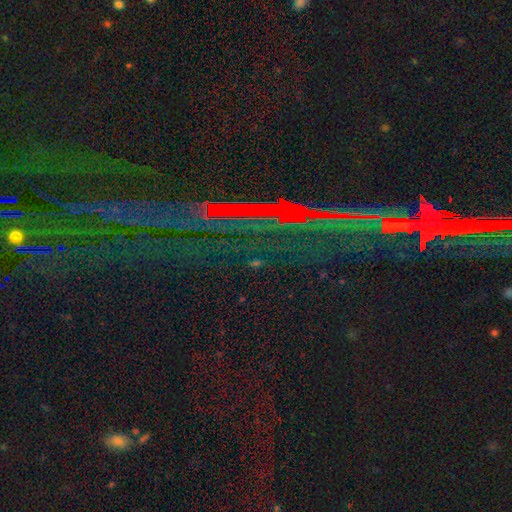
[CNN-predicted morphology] A star or artifact, not a galaxy (83%).

Vote fractions:
- Smooth or featured? star or artifact: 83% / featured or disk: 9% / smooth: 7%